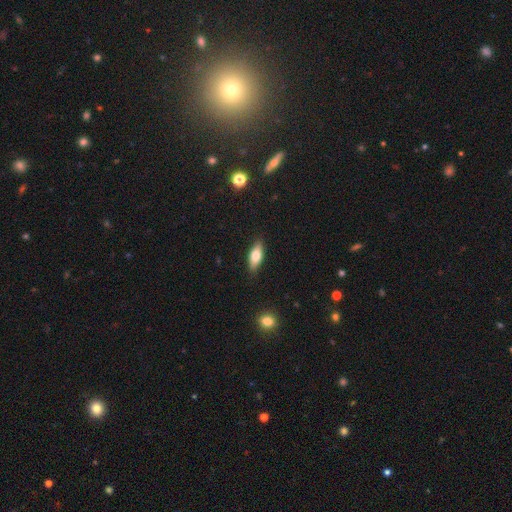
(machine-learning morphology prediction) A smooth galaxy with no disk features (70%) that is in between round and cigar-shaped (72%). Merging: none (86%).